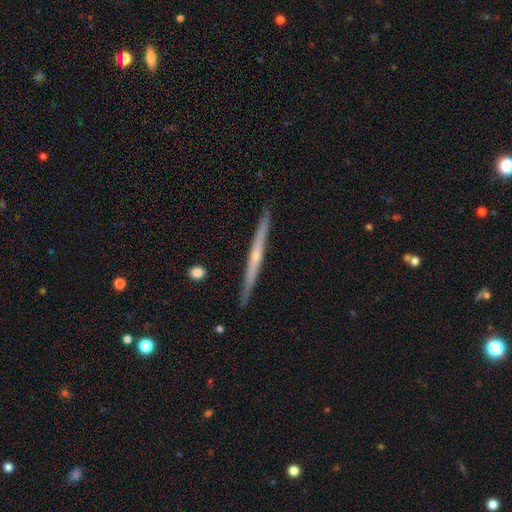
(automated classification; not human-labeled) Morphology: type=featured or disk (72%); edge-on=yes (98%); edge-on bulge=rounded (49%); merging=none (92%).